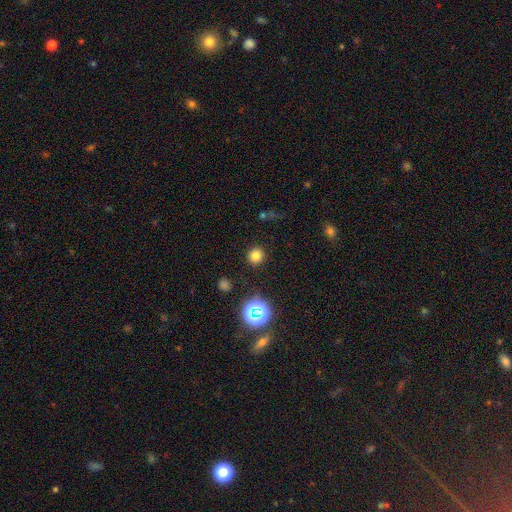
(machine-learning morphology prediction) Smooth or featured?
  - smooth: 77% *
  - star or artifact: 18%
  - featured or disk: 5%
How rounded?
  - round: 92% *
  - in between: 7%
  - cigar-shaped: 1%
Merging?
  - none: 89% *
  - minor disturbance: 6%
  - major disturbance: 3%
  - merger: 2%